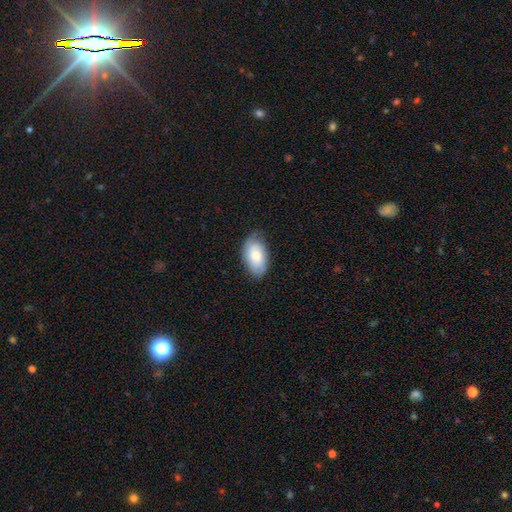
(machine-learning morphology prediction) This appears to be a smooth galaxy with no disk features (77%) that is in between round and cigar-shaped (94%). Merging: none (76%).